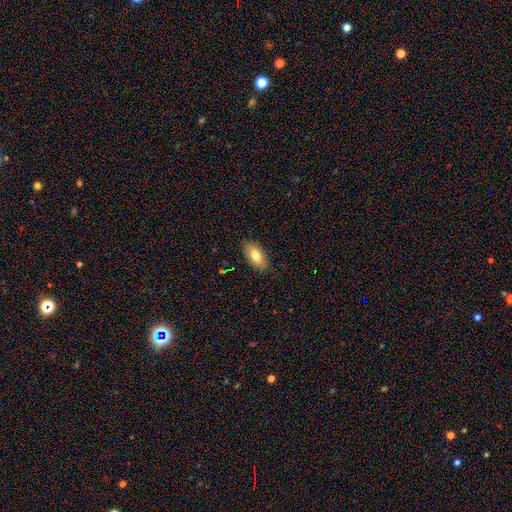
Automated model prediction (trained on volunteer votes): smooth-or-featured: smooth: 80% | featured or disk: 14% | star or artifact: 7%
  how-rounded: in between: 90% | cigar-shaped: 7% | round: 3%
  merging: none: 86% | minor disturbance: 10% | major disturbance: 2% | merger: 1%